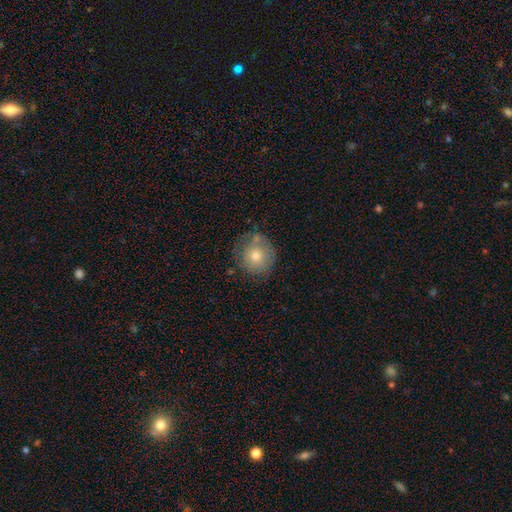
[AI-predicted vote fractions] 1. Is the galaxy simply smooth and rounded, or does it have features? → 65% smooth, 25% featured or disk, 10% star or artifact.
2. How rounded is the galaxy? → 89% round, 10% in between, 1% cigar-shaped.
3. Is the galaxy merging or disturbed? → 67% none, 22% minor disturbance, 7% major disturbance, 5% merger.